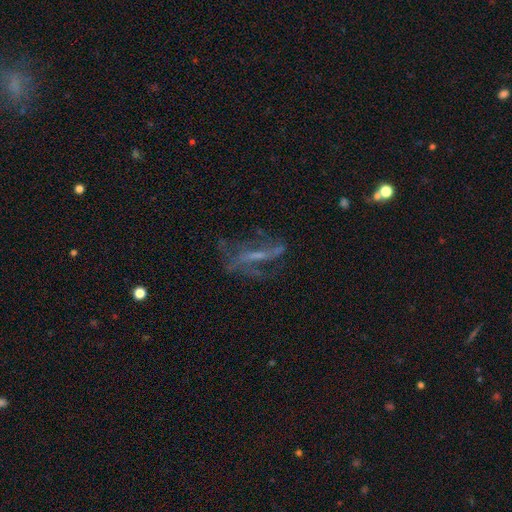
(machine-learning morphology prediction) A featured or disk galaxy (65%). Merging: none (48%).